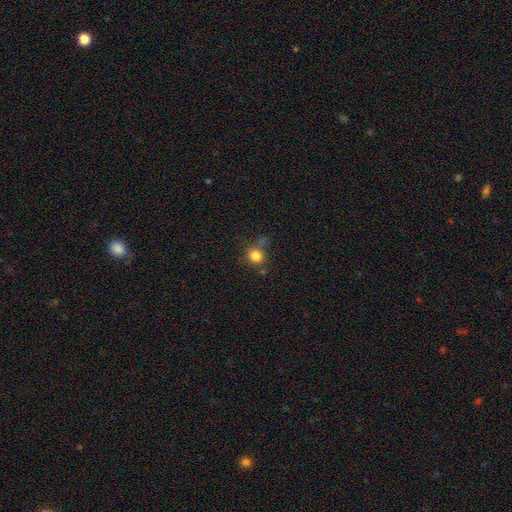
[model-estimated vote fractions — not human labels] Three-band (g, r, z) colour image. It shows a smooth galaxy with no disk features (83%) that is round (87%). Merging: none (68%).